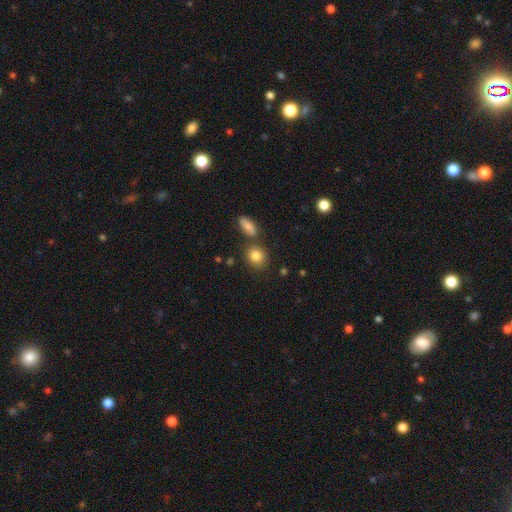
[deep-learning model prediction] A smooth galaxy with no disk features (83%) that is round (70%). Merging: none (72%).